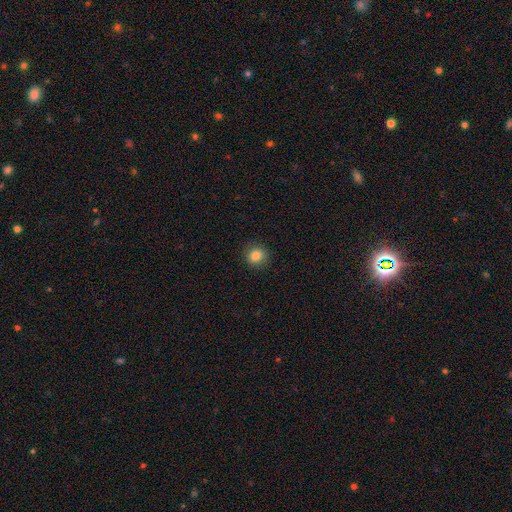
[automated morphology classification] Overall: smooth (84%). How rounded: round (80%). Merging: none (88%).